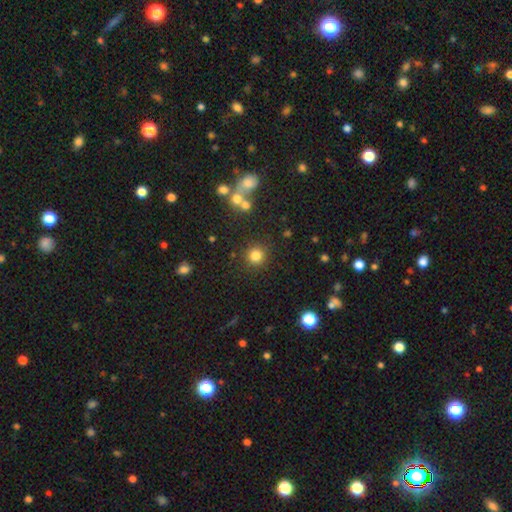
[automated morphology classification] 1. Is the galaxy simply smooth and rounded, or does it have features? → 81% smooth, 13% star or artifact, 6% featured or disk.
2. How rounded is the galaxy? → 93% round, 6% in between, 1% cigar-shaped.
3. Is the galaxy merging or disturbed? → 86% none, 7% minor disturbance, 4% merger, 3% major disturbance.